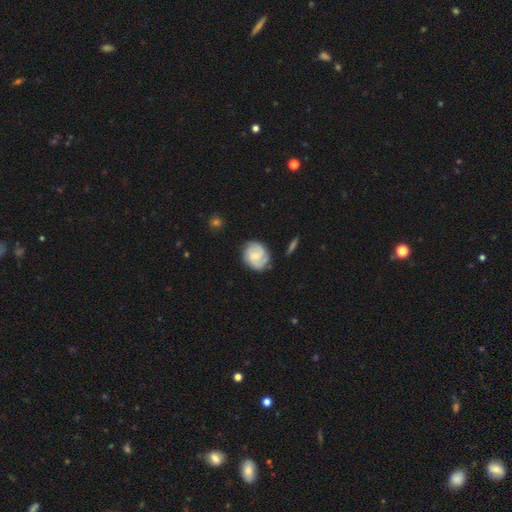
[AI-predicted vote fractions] A featured or disk galaxy (64%) with no bar (56%), 2 (40%) tight (53%) spiral arms (92%) and a small central bulge (56%). Merging: none (72%).